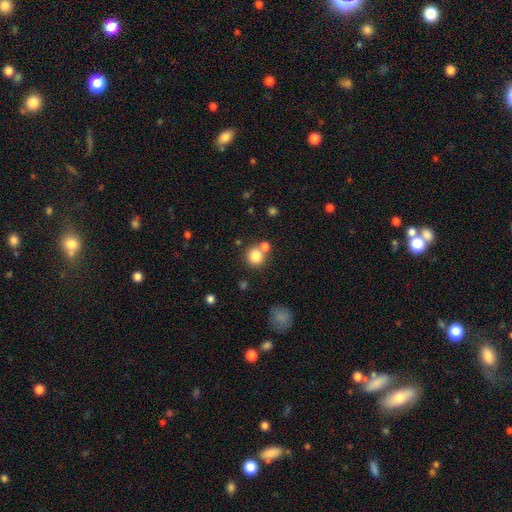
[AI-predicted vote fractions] A smooth galaxy with no disk features (82%) that is round (89%). Merging: none (62%).